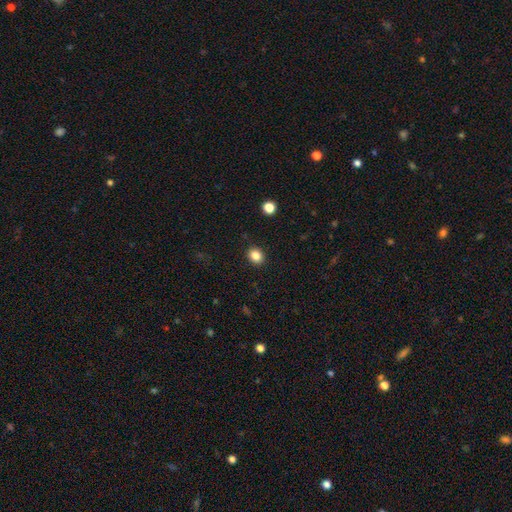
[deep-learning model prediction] This appears to be a smooth galaxy with no disk features (85%) that is round (57%). Merging: none (90%).